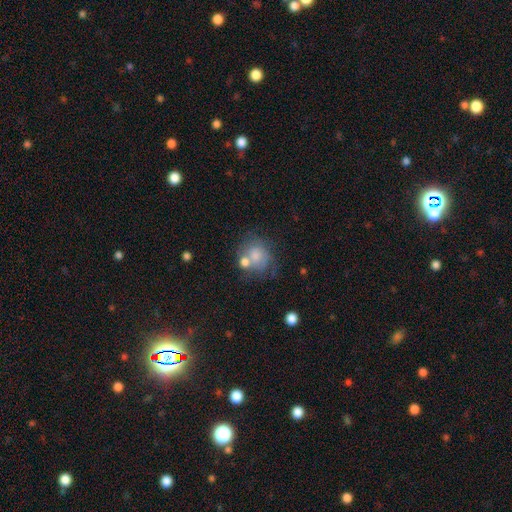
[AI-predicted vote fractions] A smooth galaxy with no disk features (64%) that is round (70%). Merging: none (40%).